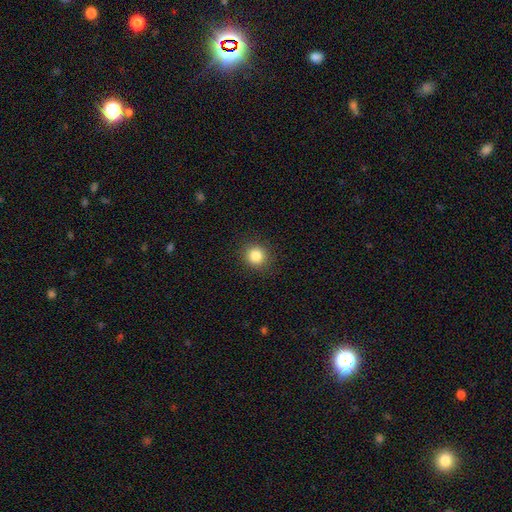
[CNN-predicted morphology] Smooth or featured? Predicted: smooth (p=0.84). How rounded? Predicted: round (p=0.90). Merging? Predicted: none (p=0.90).